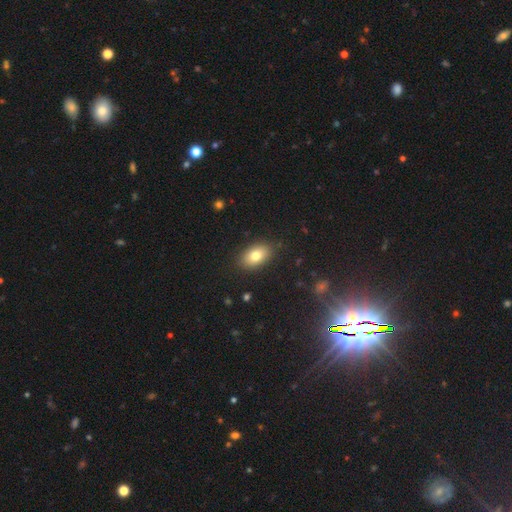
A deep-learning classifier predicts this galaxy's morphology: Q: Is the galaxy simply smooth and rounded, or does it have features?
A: smooth — 79%.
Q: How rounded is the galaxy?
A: in between — 90%.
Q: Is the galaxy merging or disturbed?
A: none — 88%.